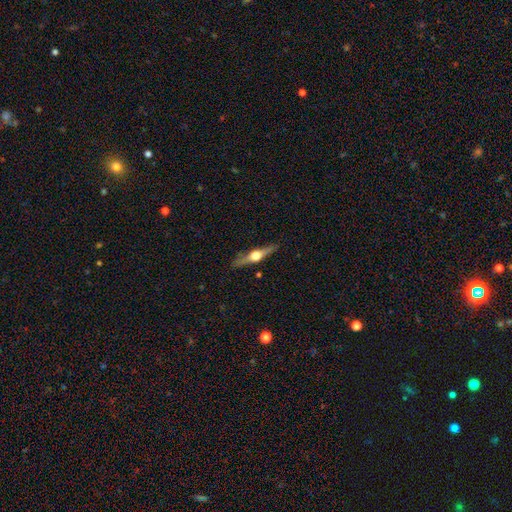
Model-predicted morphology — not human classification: Smooth or featured? featured or disk (77%)
Edge-on disk? yes (98%)
Edge-on bulge? rounded (96%)
Merging? none (90%)